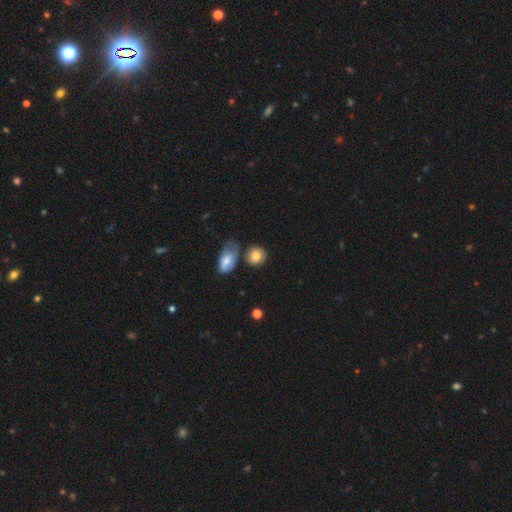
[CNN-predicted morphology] Smooth or featured? Predicted: smooth (p=0.79). How rounded? Predicted: round (p=0.76). Merging? Predicted: none (p=0.62).